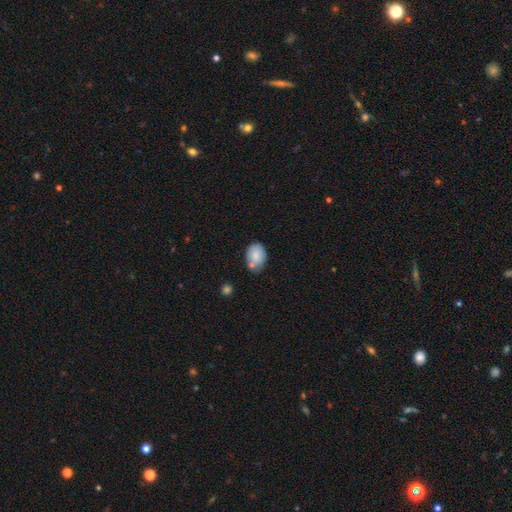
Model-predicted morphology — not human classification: The model was most divided on "merging": none: 58%, minor disturbance: 23%, merger: 14%, major disturbance: 5%. More confident: smooth or featured — smooth (83%); how rounded — in between (77%).